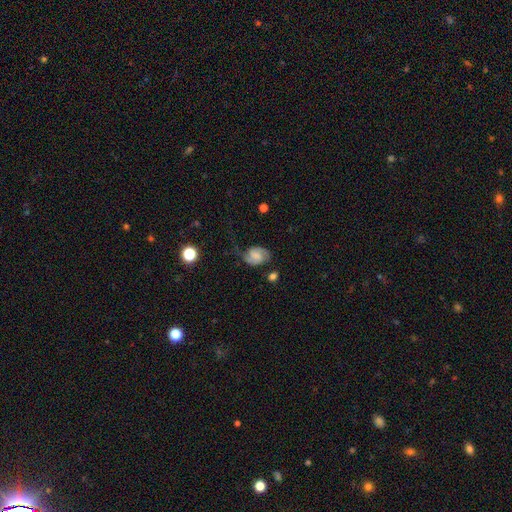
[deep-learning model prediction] This is likely a featured or disk galaxy (66%). It is clearly not viewed edge-on (98%). Bar: possibly weak (47%). Spiral arm pattern: clearly yes (93%). Spiral arm count: clearly 2 (84%). Spiral winding: possibly medium (47%). Central bulge: marginally none (32%, tied with small). Merging: possibly none (54%).